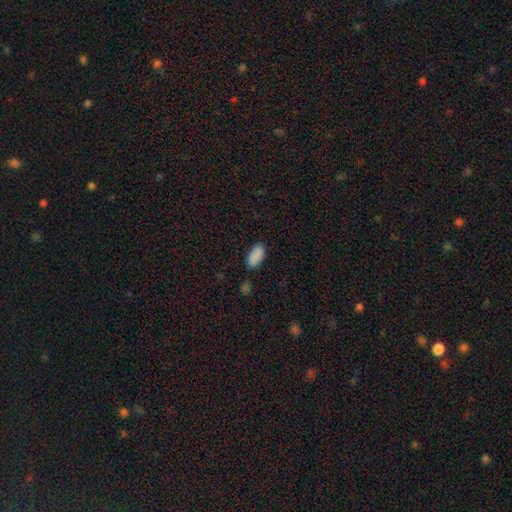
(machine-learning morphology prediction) A smooth galaxy with no disk features (88%) that is in between round and cigar-shaped (93%). Merging: none (79%).